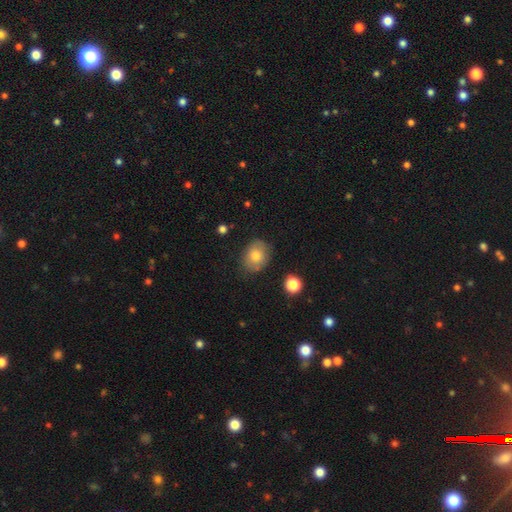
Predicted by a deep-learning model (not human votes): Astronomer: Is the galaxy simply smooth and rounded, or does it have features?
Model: smooth — 74%.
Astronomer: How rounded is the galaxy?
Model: in between — 52% (runner-up: round, 47%).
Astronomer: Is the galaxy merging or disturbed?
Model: none — 75%.